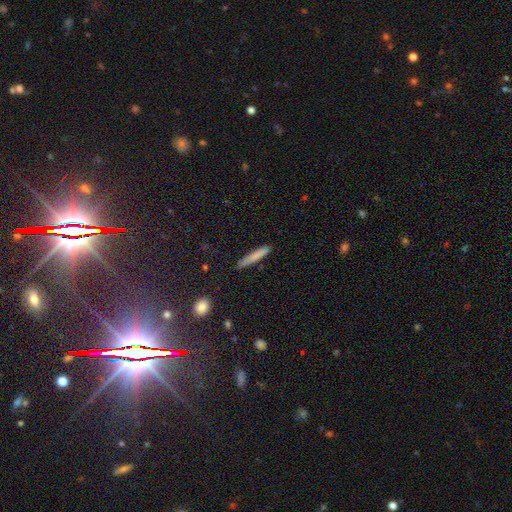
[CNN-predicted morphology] Q: Smooth or featured?
A: smooth (77%); runner-up: featured or disk (16%)
Q: How rounded?
A: cigar-shaped (95%); runner-up: in between (3%)
Q: Merging?
A: none (89%); runner-up: minor disturbance (8%)